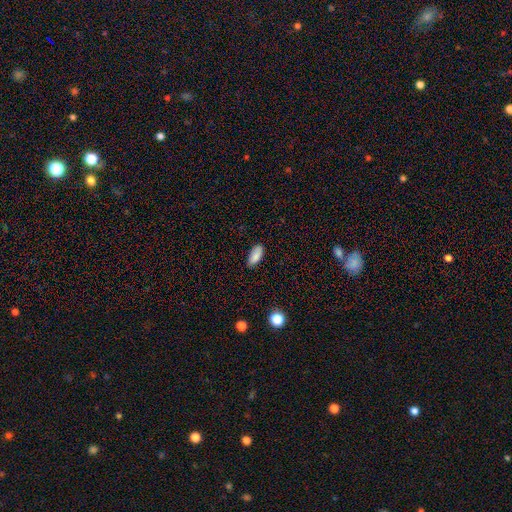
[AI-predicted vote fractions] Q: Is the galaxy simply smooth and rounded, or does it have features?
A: smooth — 86%.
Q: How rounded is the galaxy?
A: in between — 86%.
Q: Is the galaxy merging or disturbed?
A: none — 82%.